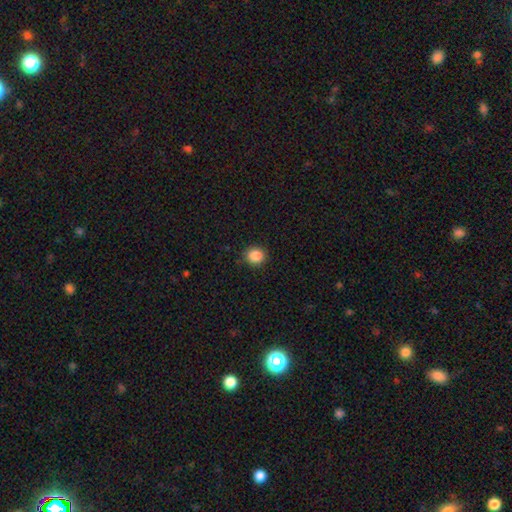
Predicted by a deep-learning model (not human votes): A smooth galaxy with no disk features (87%) that is round (84%). Merging: none (88%).